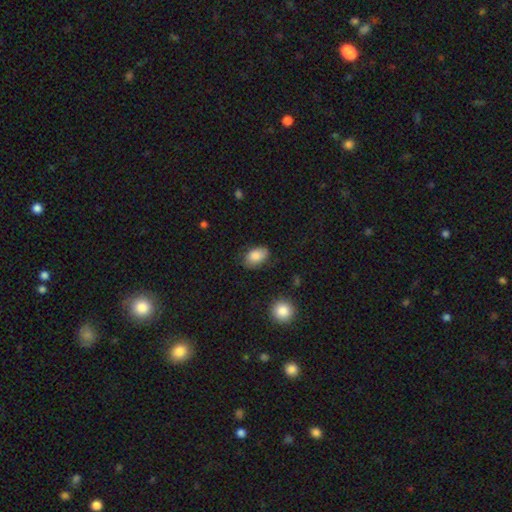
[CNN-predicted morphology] Smooth or featured?
  - smooth: 86% *
  - star or artifact: 7%
  - featured or disk: 7%
How rounded?
  - in between: 90% *
  - round: 9%
  - cigar-shaped: 1%
Merging?
  - none: 74% *
  - minor disturbance: 20%
  - major disturbance: 5%
  - merger: 2%